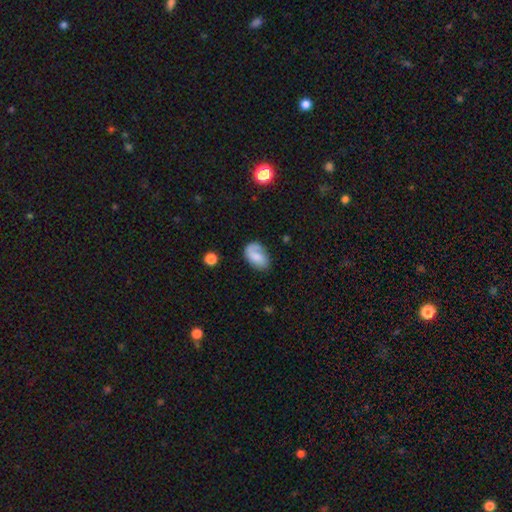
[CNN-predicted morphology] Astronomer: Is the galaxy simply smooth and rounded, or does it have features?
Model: smooth — 60%.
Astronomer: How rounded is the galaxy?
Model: in between — 88%.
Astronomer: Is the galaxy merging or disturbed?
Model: none — 60%.